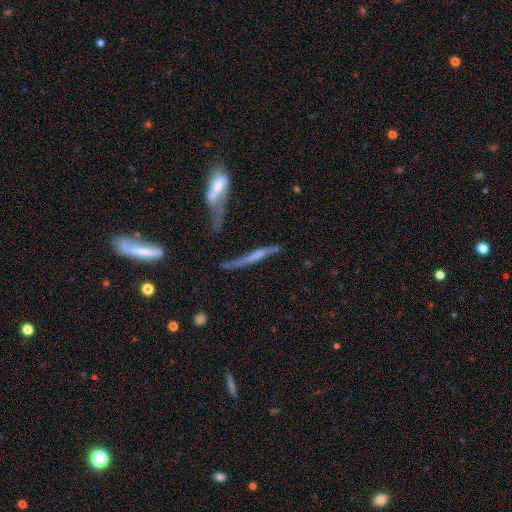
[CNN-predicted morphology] smooth-or-featured: featured or disk: 62% | smooth: 31% | star or artifact: 8%
  disk-edge-on: yes: 85% | no: 15%
    edge-on-bulge: none: 50% | rounded: 33% | boxy: 17%
  merging: none: 49% | minor disturbance: 23% | merger: 16% | major disturbance: 13%